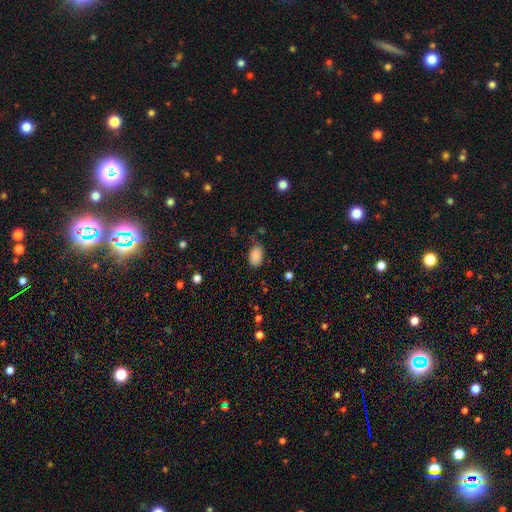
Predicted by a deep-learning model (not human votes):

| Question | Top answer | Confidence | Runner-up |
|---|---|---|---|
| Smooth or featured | smooth | 87% | star or artifact (9%) |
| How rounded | in between | 88% | round (11%) |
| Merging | none | 71% | minor disturbance (22%) |